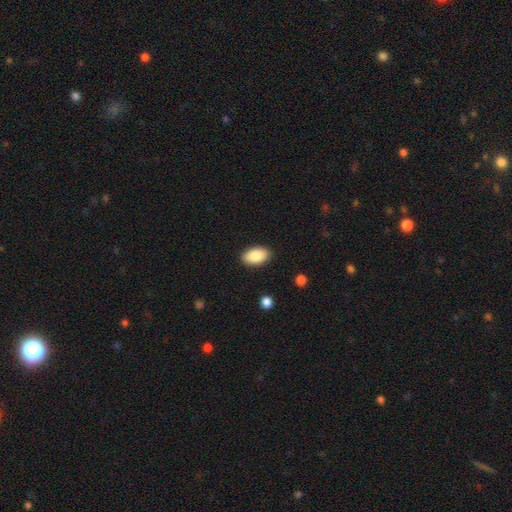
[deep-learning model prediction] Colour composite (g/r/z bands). It shows a smooth galaxy with no disk features (87%) that is in between round and cigar-shaped (94%). Merging: none (88%).